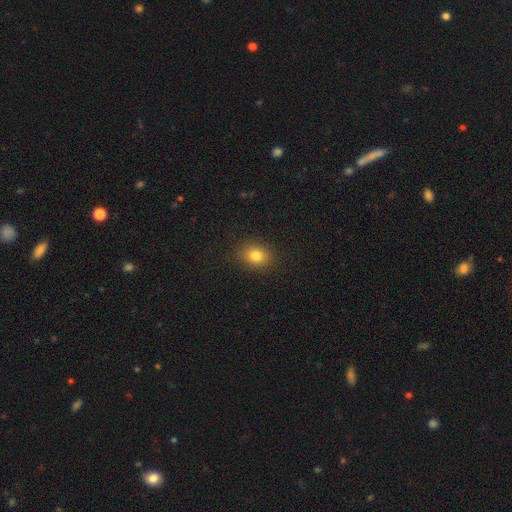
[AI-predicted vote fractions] This appears to be a smooth galaxy with no disk features (81%) that is round (50%). Merging: none (88%).